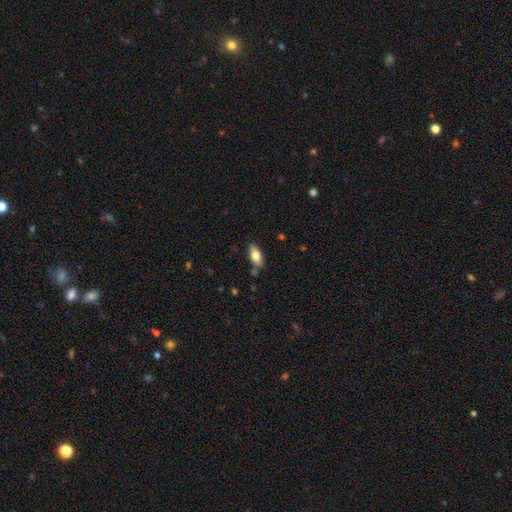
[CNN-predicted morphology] Overall: smooth (78%). How rounded: in between (87%). Merging: none (80%).